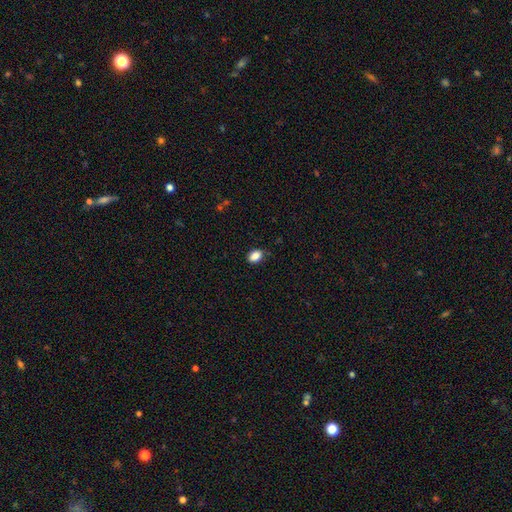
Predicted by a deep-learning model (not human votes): smooth_or_featured: smooth (p=0.87) [alt: star or artifact p=0.09]
how_rounded: in between (p=0.78) [alt: round p=0.21]
merging: none (p=0.79) [alt: minor disturbance p=0.17]